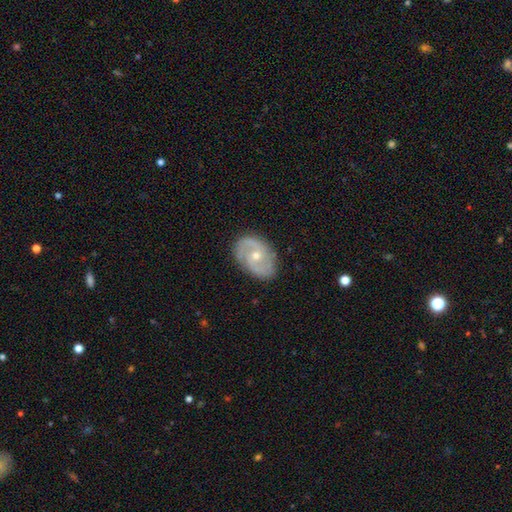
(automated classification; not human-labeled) This is clearly a featured or disk galaxy (82%). It is clearly not viewed edge-on (97%). Bar: likely no (61%). Spiral arm pattern: clearly yes (93%). Spiral arm count: clearly 2 (81%). Spiral winding: possibly medium (50%). Central bulge: possibly moderate (51%). Merging: clearly none (82%).